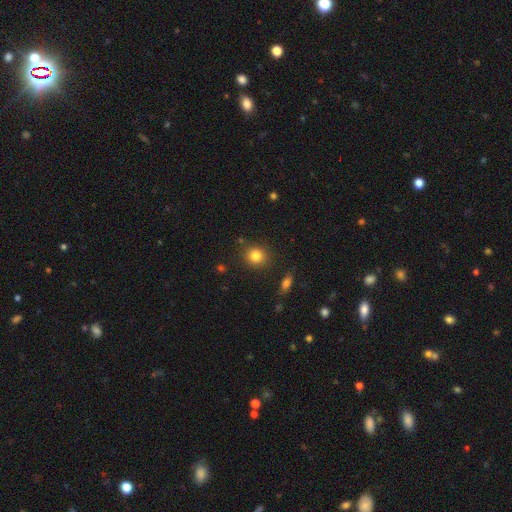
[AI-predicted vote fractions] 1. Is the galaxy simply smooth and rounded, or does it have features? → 83% smooth, 11% star or artifact, 6% featured or disk.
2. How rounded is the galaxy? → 83% round, 15% in between, 1% cigar-shaped.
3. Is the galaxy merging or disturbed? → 85% none, 9% minor disturbance, 3% merger, 3% major disturbance.